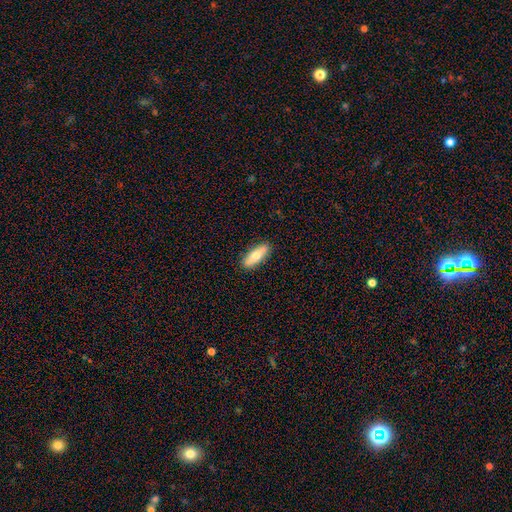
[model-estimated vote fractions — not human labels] smooth_or_featured: smooth (p=0.68) [alt: featured or disk p=0.26]
how_rounded: in between (p=0.58) [alt: cigar-shaped p=0.39]
merging: none (p=0.88) [alt: minor disturbance p=0.09]